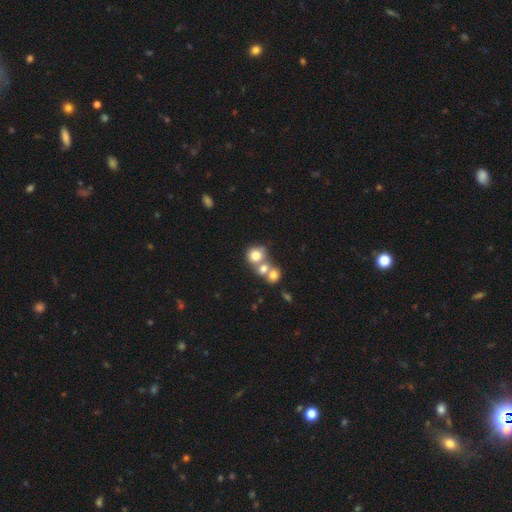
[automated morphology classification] Overall: smooth (73%). How rounded: round (78%). Merging: merger (56%; none 33%).